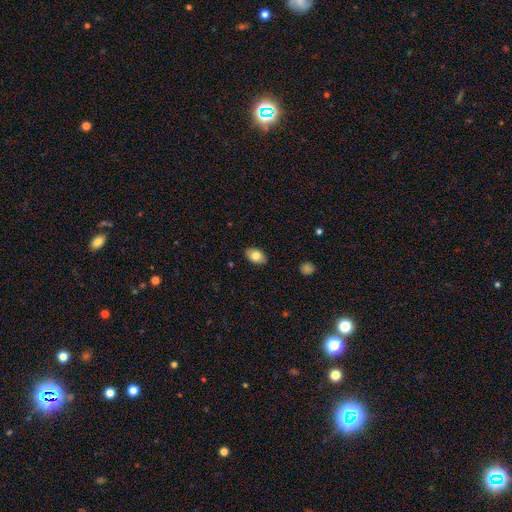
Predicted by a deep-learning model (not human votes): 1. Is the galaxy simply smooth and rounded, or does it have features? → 78% smooth, 14% featured or disk, 7% star or artifact.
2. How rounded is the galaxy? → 88% in between, 11% round, 1% cigar-shaped.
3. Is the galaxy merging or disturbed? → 87% none, 10% minor disturbance, 2% major disturbance, 1% merger.